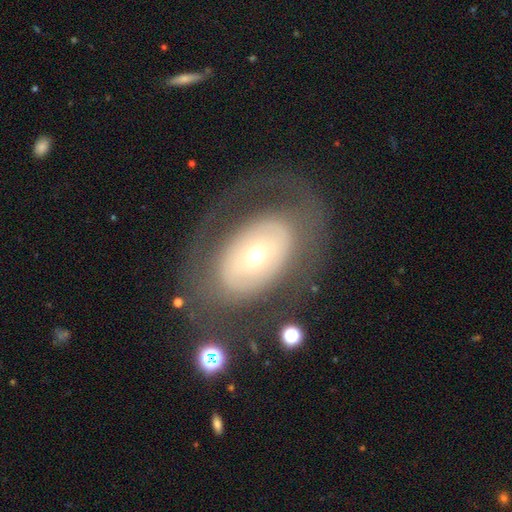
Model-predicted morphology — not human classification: Smooth or featured? featured or disk (58%)
Edge-on disk? no (91%)
Bar? no (82%)
Spiral arms? no (71%)
Bulge size? small (55%)
Merging? none (64%)